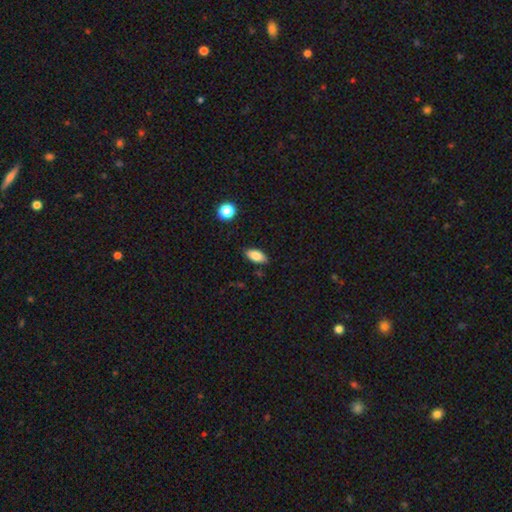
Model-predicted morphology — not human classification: Overall: smooth (82%). How rounded: in between (90%). Merging: none (86%).